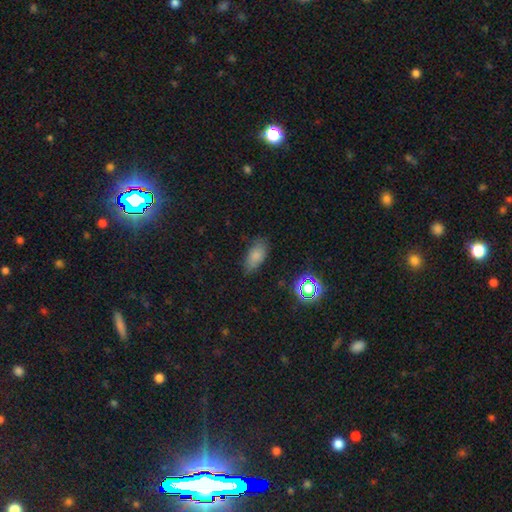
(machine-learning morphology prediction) type=smooth (78%); roundness=in between (89%); merging=none (74%).